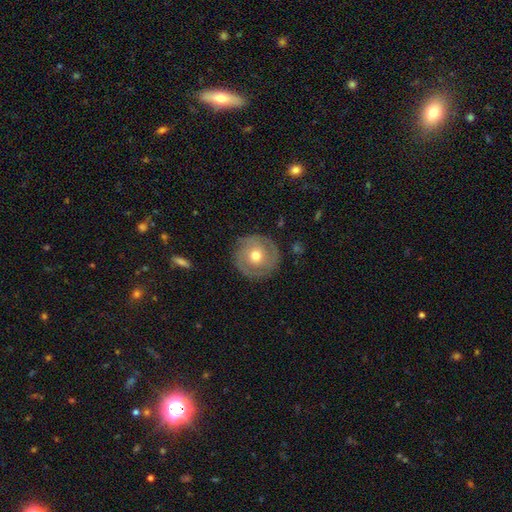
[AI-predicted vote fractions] Smooth or featured? featured or disk (55%)
Edge-on disk? no (96%)
Bar? no (80%)
Spiral arms? yes (65%)
Bulge size? moderate (77%)
Merging? none (83%)